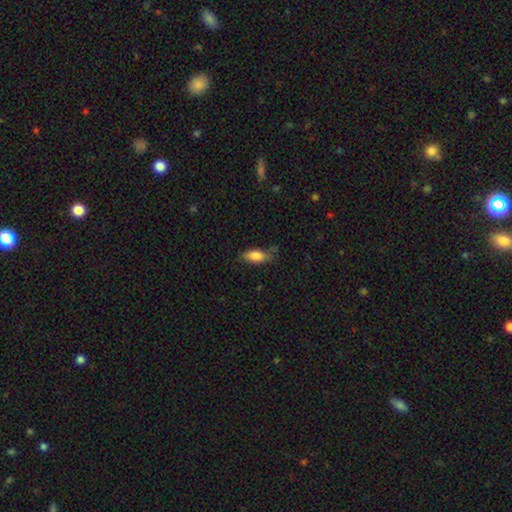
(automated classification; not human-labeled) smooth_or_featured: smooth (p=0.83) [alt: featured or disk p=0.10]
how_rounded: in between (p=0.82) [alt: cigar-shaped p=0.15]
merging: none (p=0.62) [alt: minor disturbance p=0.27]